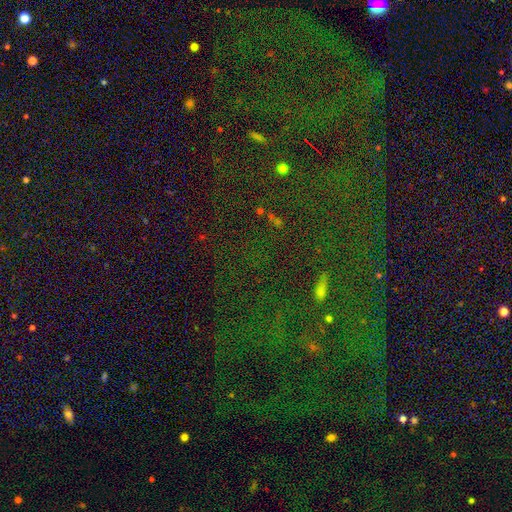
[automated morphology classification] A star or artifact, not a galaxy (76%).

Vote fractions:
- Smooth or featured? star or artifact: 76% / smooth: 14% / featured or disk: 9%